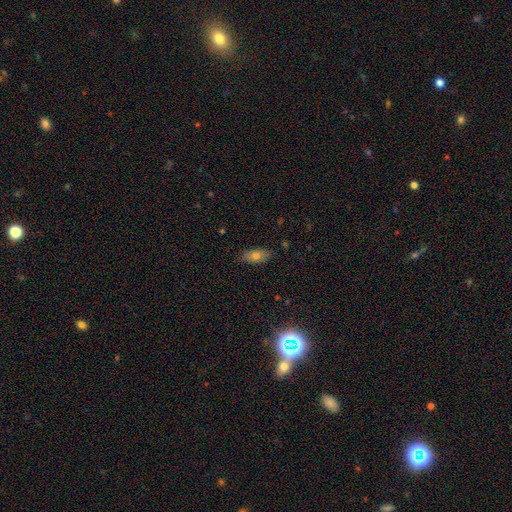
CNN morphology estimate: This is likely a smooth galaxy (73%). How rounded: clearly in between (86%). Merging: clearly none (85%).